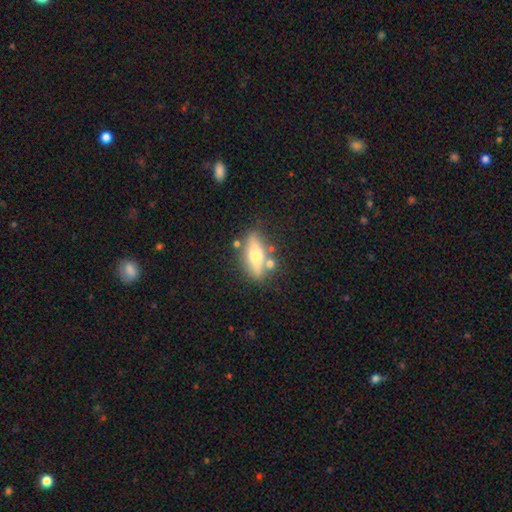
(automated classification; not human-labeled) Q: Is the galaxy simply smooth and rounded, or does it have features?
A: smooth — 51%.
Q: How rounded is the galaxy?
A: in between — 61%.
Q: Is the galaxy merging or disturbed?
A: none — 73%.